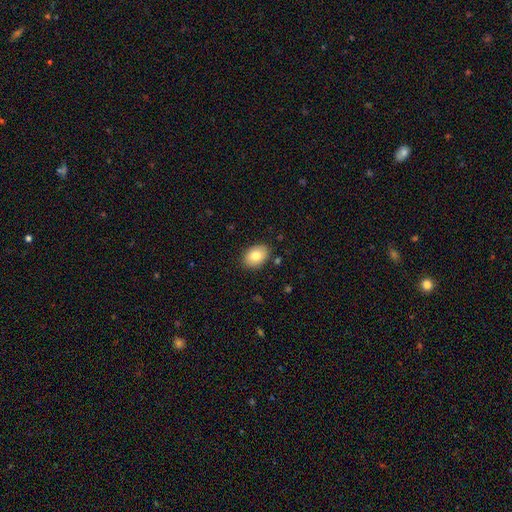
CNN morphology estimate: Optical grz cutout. It shows a smooth galaxy with no disk features (82%) that is in between round and cigar-shaped (80%). Merging: none (87%).